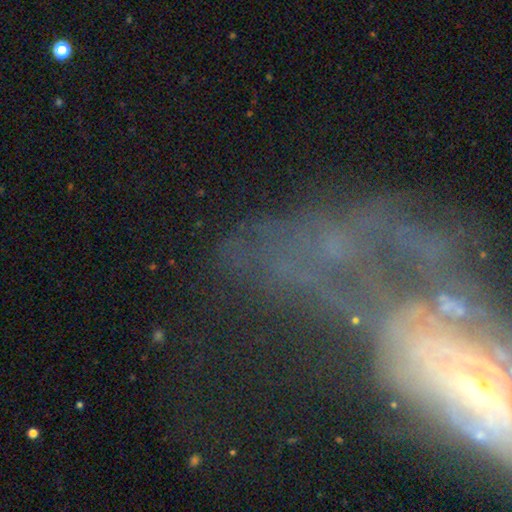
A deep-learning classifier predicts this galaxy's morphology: Q: Smooth or featured?
A: featured or disk (59%); runner-up: star or artifact (23%)
Q: Edge-on disk?
A: no (86%); runner-up: yes (14%)
Q: Bar?
A: no (60%); runner-up: weak (23%)
Q: Spiral arms?
A: yes (58%); runner-up: no (42%)
Q: Bulge size?
A: small (43%); runner-up: moderate (31%)
Q: Merging?
A: major disturbance (32%); runner-up: none (31%)